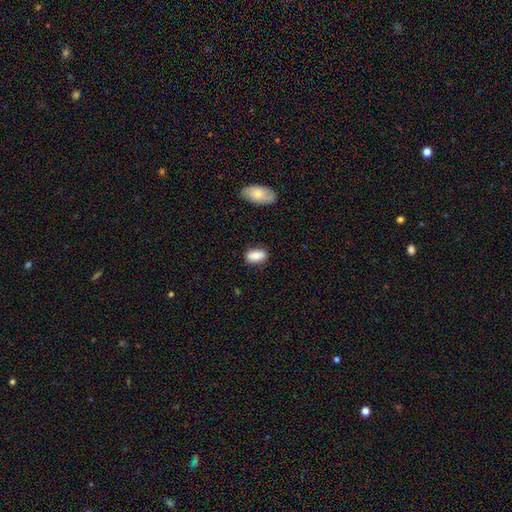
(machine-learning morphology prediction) Smooth or featured? Predicted: smooth (p=0.83). How rounded? Predicted: in between (p=0.90). Merging? Predicted: none (p=0.78).